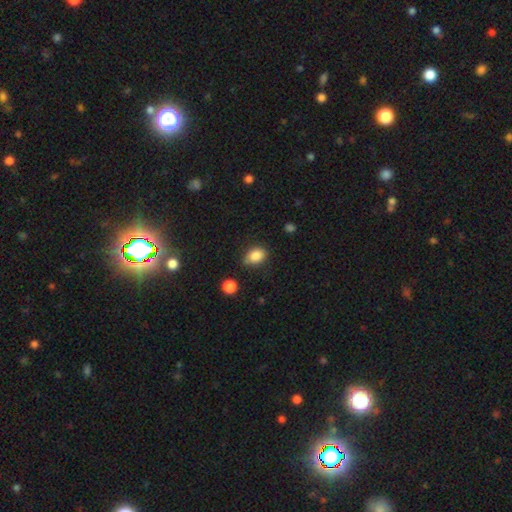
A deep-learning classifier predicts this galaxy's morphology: The model was most divided on "merging": none: 67%, minor disturbance: 25%, major disturbance: 5%, merger: 2%. More confident: smooth or featured — smooth (85%); how rounded — in between (76%).